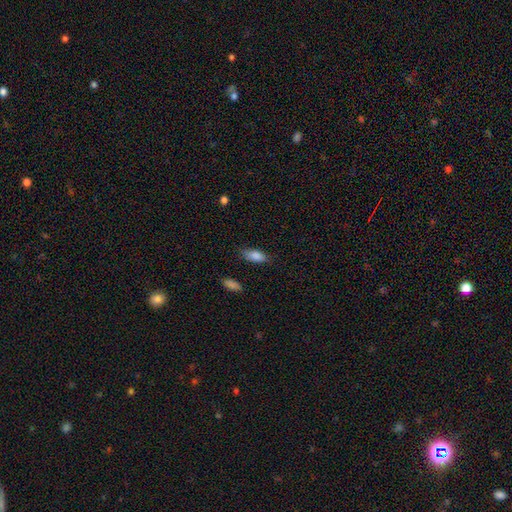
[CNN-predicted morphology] type=smooth (85%); roundness=in between (83%); merging=none (77%).